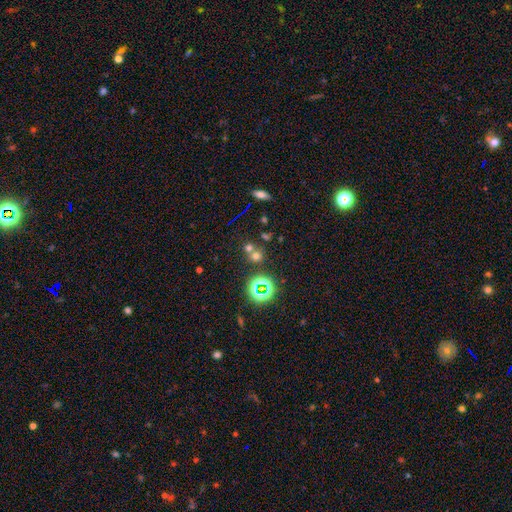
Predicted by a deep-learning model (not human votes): Smooth or featured: smooth — 51% (star or artifact — 37%)
How rounded: round — 85% (in between — 13%)
Merging: none — 55% (merger — 35%)